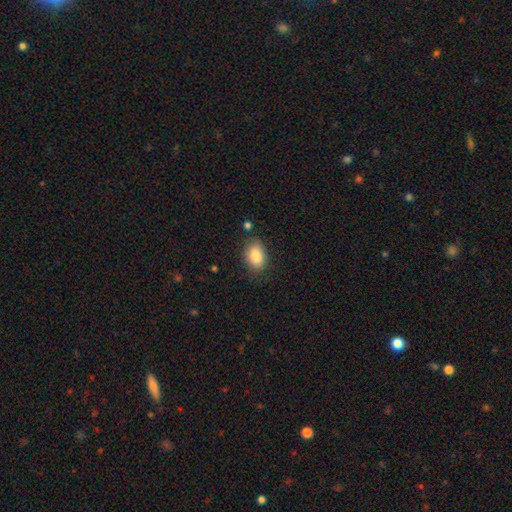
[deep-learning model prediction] The model was most divided on "merging": none: 77%, minor disturbance: 16%, major disturbance: 4%, merger: 2%. More confident: how rounded — in between (86%); smooth or featured — smooth (85%).